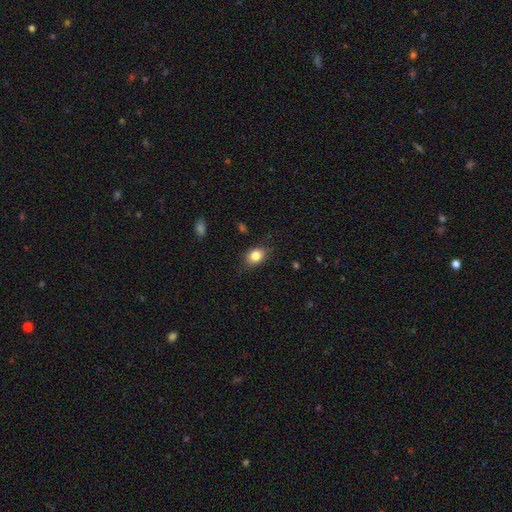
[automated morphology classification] A smooth galaxy with no disk features (84%) that is in between round and cigar-shaped (69%).

Vote fractions:
- Smooth or featured? smooth: 84% / star or artifact: 9% / featured or disk: 8%
- How rounded? in between: 69% / round: 30% / cigar-shaped: 1%
- Merging? none: 78% / minor disturbance: 17% / major disturbance: 4% / merger: 1%